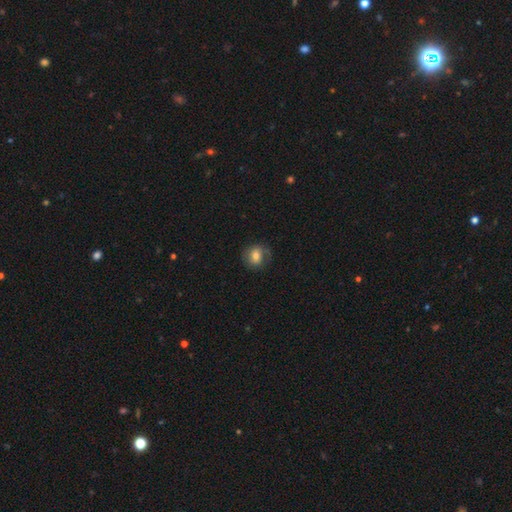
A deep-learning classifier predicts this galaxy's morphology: type=smooth (65%); roundness=round (65%); merging=none (68%).